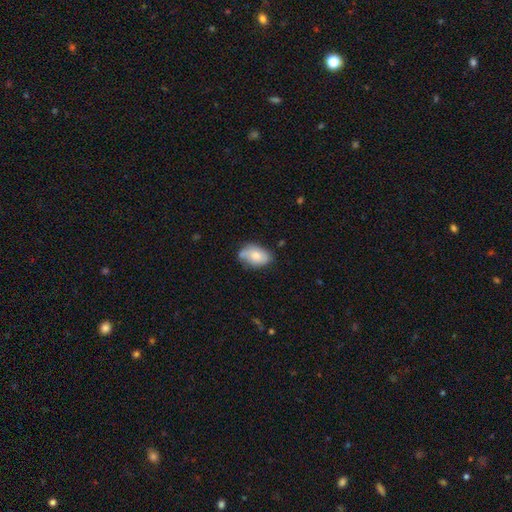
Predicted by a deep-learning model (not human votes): smooth 70%, featured or disk 23%, star or artifact 7%. Down the decision tree: how rounded — in between (87%); merging — none (56%).